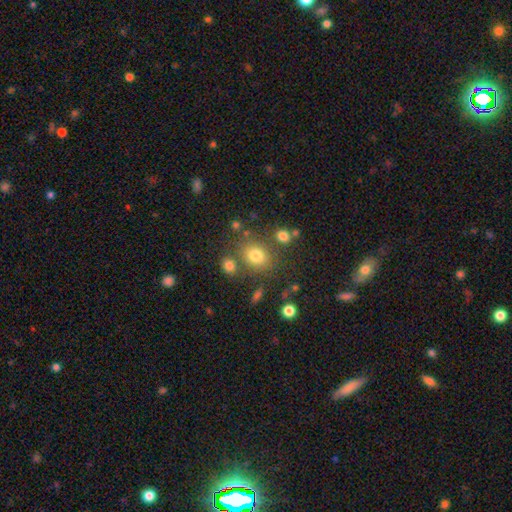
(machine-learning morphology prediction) Smooth or featured? Predicted: smooth (p=0.76). How rounded? Predicted: round (p=0.62). Merging? Predicted: none (p=0.71).